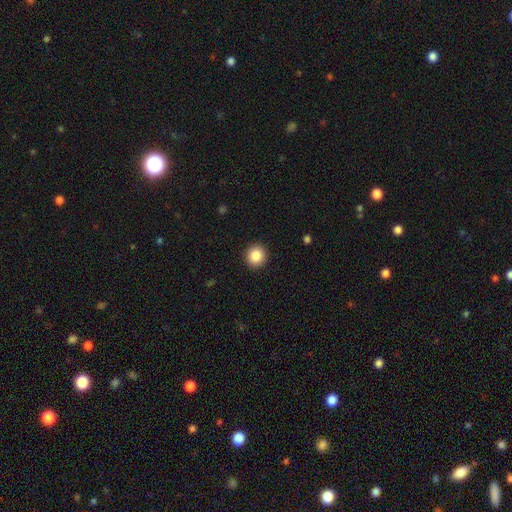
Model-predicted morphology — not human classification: A smooth galaxy with no disk features (86%) that is round (92%).

Vote fractions:
- Smooth or featured? smooth: 86% / star or artifact: 9% / featured or disk: 5%
- How rounded? round: 92% / in between: 7% / cigar-shaped: 1%
- Merging? none: 92% / minor disturbance: 5% / major disturbance: 2% / merger: 1%